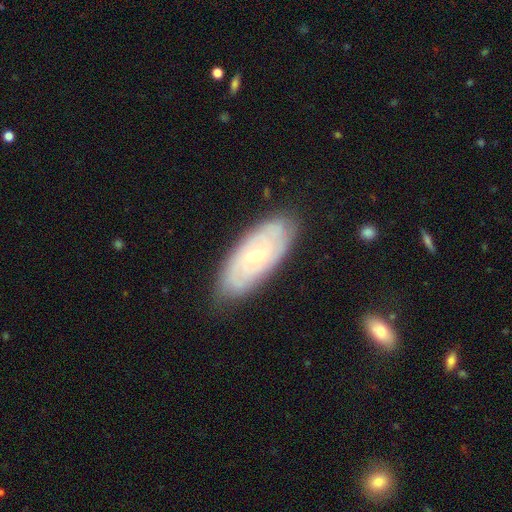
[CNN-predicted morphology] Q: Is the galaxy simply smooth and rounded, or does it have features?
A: featured or disk — 72%.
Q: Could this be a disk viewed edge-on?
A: no — 90%.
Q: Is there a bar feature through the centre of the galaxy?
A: no — 51%.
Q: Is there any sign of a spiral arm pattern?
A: yes — 86%.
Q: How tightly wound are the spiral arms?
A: tight — 71%.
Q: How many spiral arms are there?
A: can't tell — 53%.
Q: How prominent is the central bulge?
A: small — 59%.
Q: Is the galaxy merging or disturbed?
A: none — 82%.